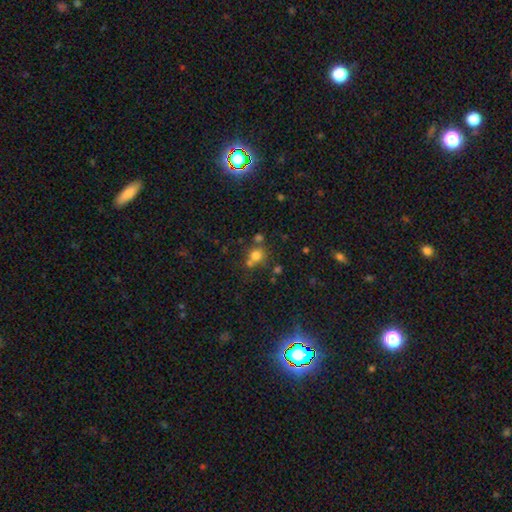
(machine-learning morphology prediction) Smooth or featured?
  - smooth: 72% *
  - star or artifact: 17%
  - featured or disk: 10%
How rounded?
  - round: 85% *
  - in between: 14%
  - cigar-shaped: 1%
Merging?
  - none: 55% *
  - merger: 29%
  - minor disturbance: 11%
  - major disturbance: 5%